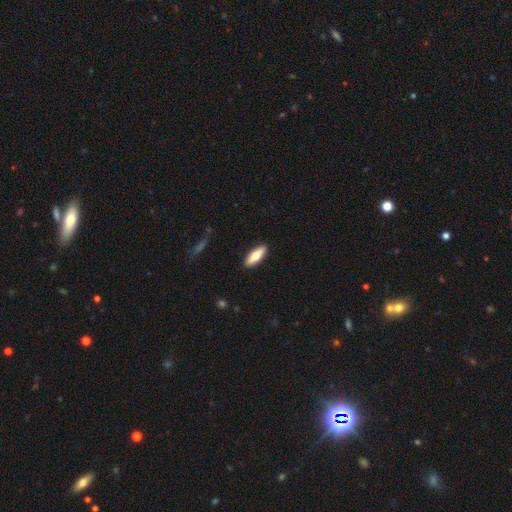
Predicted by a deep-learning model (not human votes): Q: Smooth or featured?
A: smooth (73%); runner-up: featured or disk (21%)
Q: How rounded?
A: in between (60%); runner-up: cigar-shaped (38%)
Q: Merging?
A: none (90%); runner-up: minor disturbance (7%)